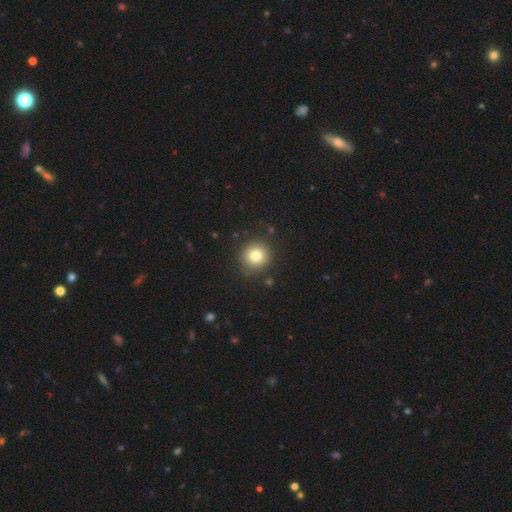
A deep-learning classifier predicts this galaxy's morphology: smooth_or_featured: smooth (p=0.80) [alt: star or artifact p=0.12]
how_rounded: round (p=0.93) [alt: in between p=0.06]
merging: none (p=0.87) [alt: minor disturbance p=0.08]